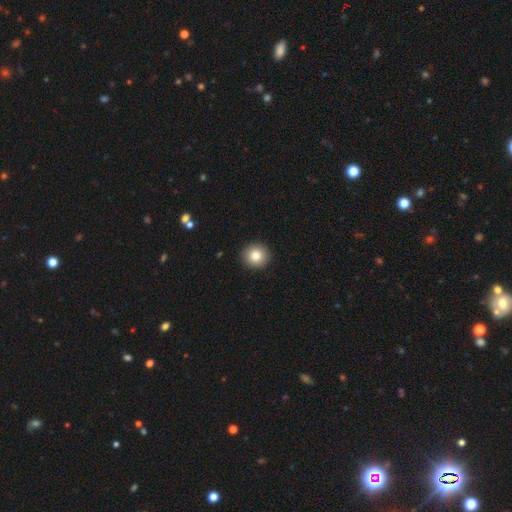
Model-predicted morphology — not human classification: smooth 81%, star or artifact 10%, featured or disk 9%. Down the decision tree: how rounded — round (93%); merging — none (93%).